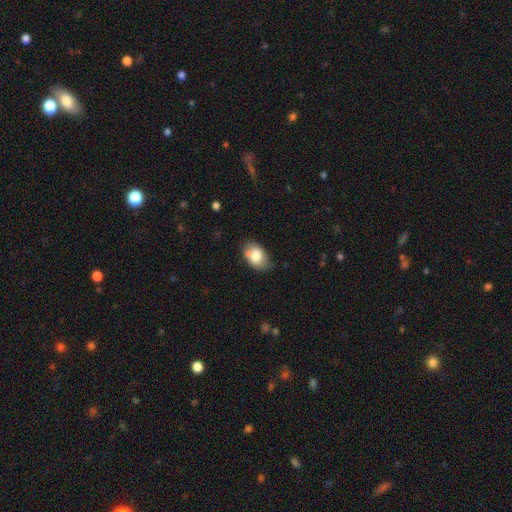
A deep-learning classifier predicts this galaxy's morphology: Smooth or featured: smooth — 77% (featured or disk — 15%)
How rounded: in between — 86% (round — 13%)
Merging: none — 67% (minor disturbance — 22%)